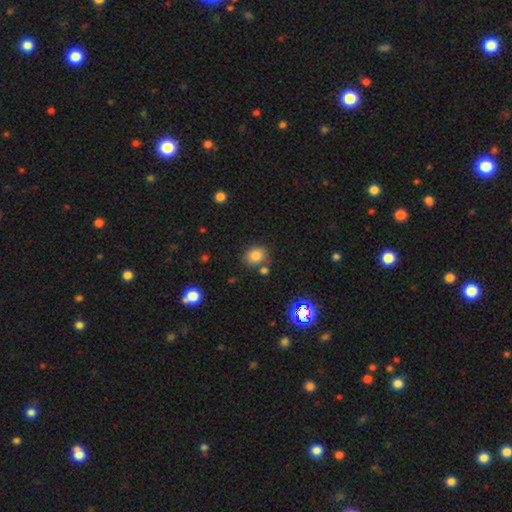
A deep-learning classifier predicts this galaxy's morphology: A smooth galaxy with no disk features (81%) that is round (70%). Merging: none (72%).